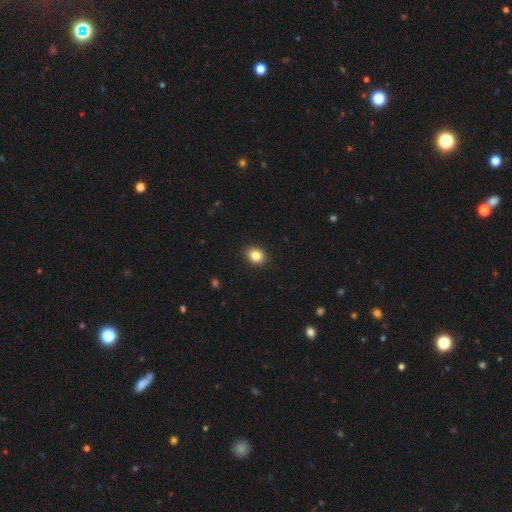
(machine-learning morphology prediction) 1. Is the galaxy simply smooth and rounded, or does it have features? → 85% smooth, 10% star or artifact, 5% featured or disk.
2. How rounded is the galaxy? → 52% round, 47% in between, 1% cigar-shaped.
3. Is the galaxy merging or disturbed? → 91% none, 7% minor disturbance, 2% major disturbance, 1% merger.